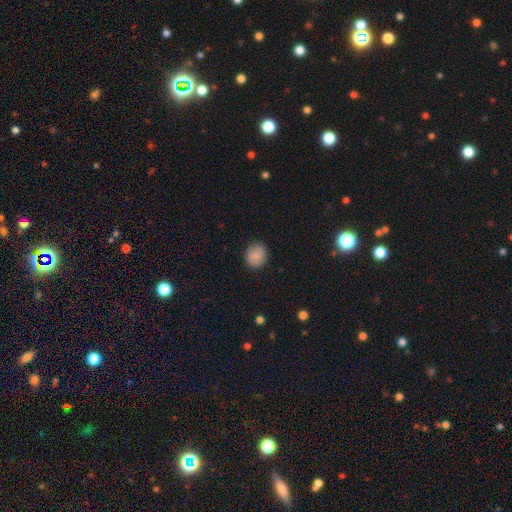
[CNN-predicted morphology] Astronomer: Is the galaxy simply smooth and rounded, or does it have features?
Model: smooth — 87%.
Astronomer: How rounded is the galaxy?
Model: round — 84%.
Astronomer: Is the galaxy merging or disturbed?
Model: none — 90%.